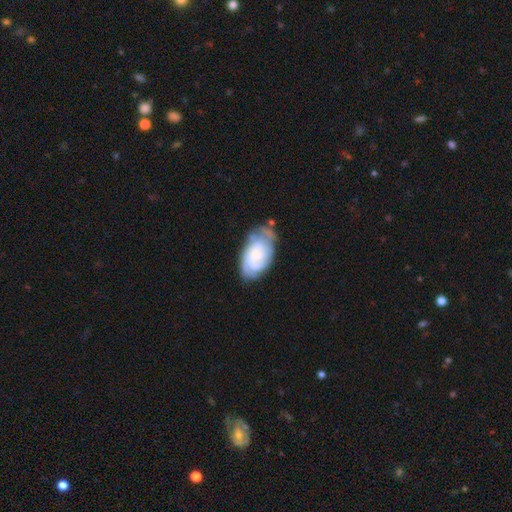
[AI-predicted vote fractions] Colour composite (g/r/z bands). It shows a featured or disk galaxy (68%) with no bar (62%), tight (54%) spiral arms (89%) and a small central bulge (39%). Merging: none (54%).